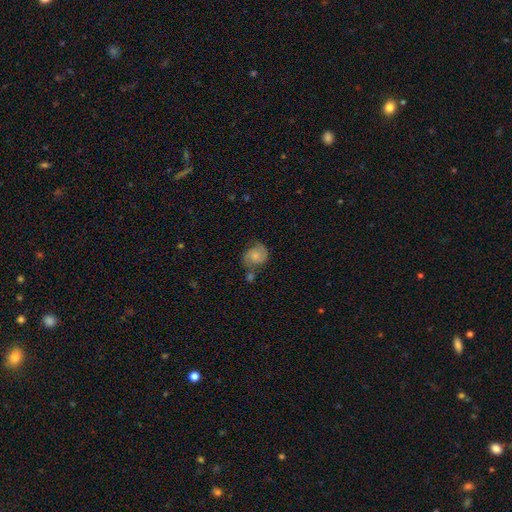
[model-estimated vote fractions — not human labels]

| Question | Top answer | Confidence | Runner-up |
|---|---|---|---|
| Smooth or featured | featured or disk | 52% | smooth (39%) |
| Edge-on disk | no | 97% | yes (3%) |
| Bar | no | 72% | weak (25%) |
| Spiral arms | yes | 88% | no (12%) |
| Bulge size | small | 45% | moderate (35%) |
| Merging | none | 52% | minor disturbance (23%) |